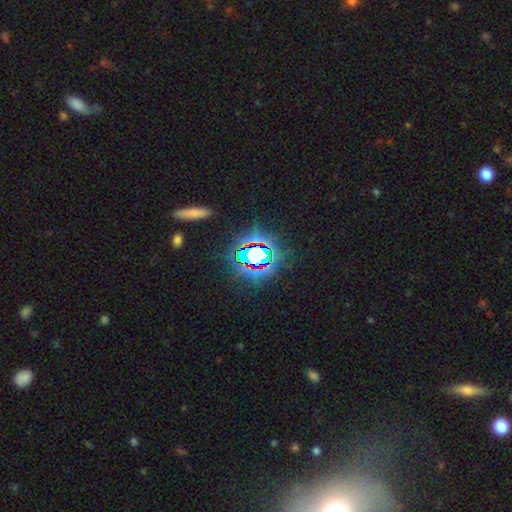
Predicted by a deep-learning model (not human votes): Smooth or featured? star or artifact (69%)